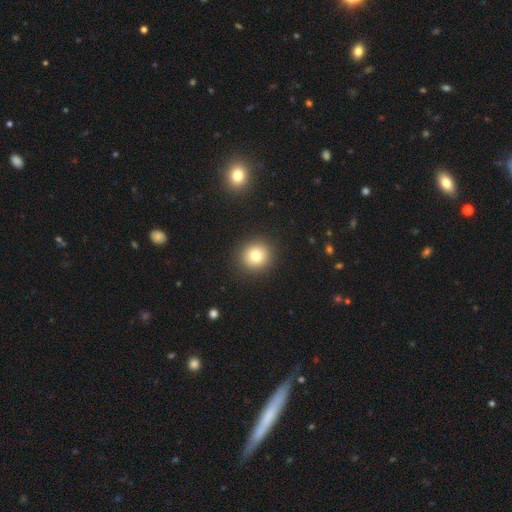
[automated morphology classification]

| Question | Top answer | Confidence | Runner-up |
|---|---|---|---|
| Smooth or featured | smooth | 79% | star or artifact (12%) |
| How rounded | round | 89% | in between (10%) |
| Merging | none | 91% | minor disturbance (6%) |